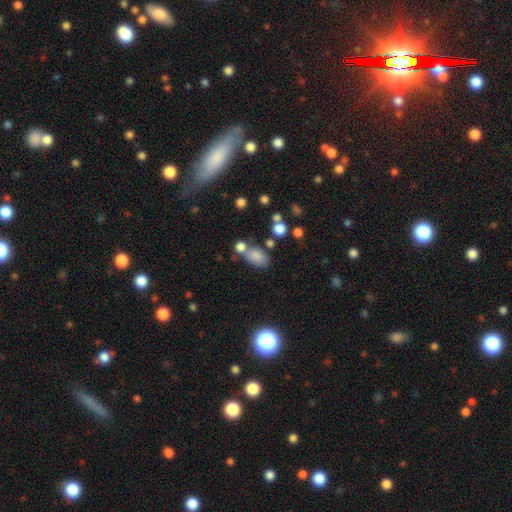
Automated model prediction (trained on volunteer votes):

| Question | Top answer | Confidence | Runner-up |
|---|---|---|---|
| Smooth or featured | smooth | 80% | star or artifact (12%) |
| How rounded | in between | 84% | round (14%) |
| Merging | none | 51% | merger (27%) |